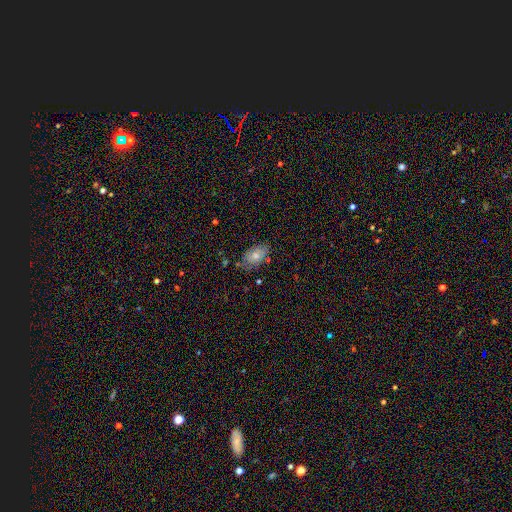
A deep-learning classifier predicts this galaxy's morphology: A smooth galaxy with no disk features (51%) that is in between round and cigar-shaped (86%).

Vote fractions:
- Smooth or featured? smooth: 51% / featured or disk: 28% / star or artifact: 20%
- How rounded? in between: 86% / round: 11% / cigar-shaped: 3%
- Merging? none: 74% / minor disturbance: 19% / major disturbance: 4% / merger: 3%